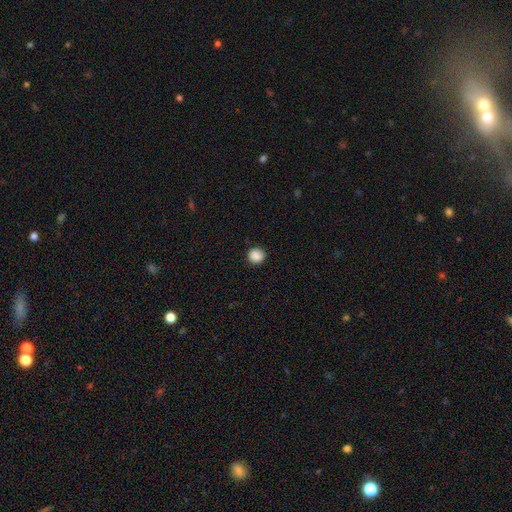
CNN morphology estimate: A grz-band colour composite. It shows a smooth galaxy with no disk features (88%) that is round (87%). Merging: none (89%).